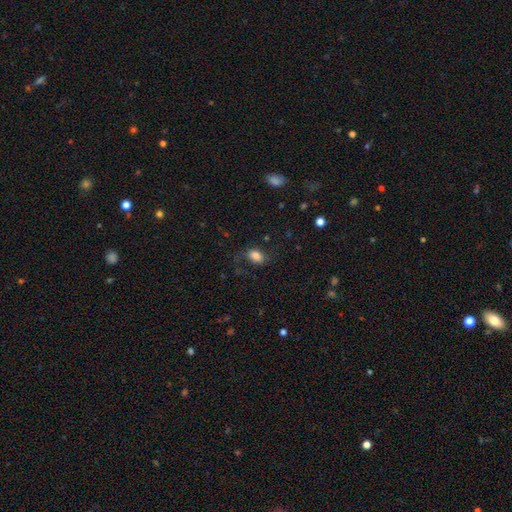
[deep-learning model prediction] Overall: smooth (78%). How rounded: in between (80%). Merging: none (65%).